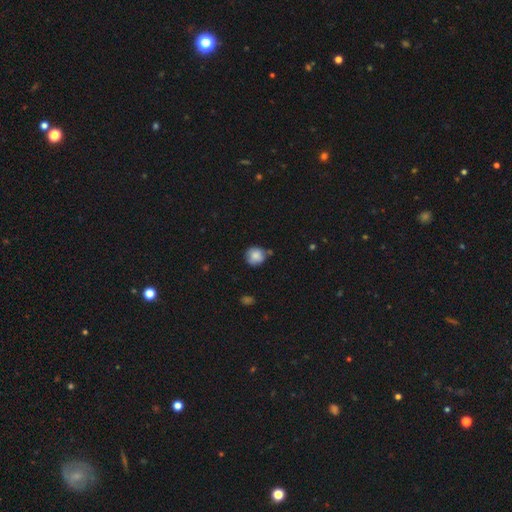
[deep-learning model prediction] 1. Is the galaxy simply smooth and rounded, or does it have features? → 81% smooth, 10% featured or disk, 8% star or artifact.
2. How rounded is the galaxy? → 88% round, 11% in between, 1% cigar-shaped.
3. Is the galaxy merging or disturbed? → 65% none, 24% minor disturbance, 7% merger, 5% major disturbance.